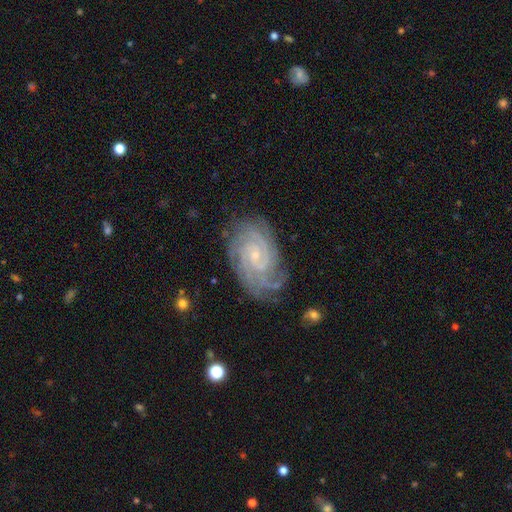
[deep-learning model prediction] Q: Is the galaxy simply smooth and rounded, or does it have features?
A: featured or disk — 89%.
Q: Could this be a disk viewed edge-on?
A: no — 97%.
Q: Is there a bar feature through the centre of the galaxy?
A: no — 61%.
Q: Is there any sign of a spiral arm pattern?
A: yes — 98%.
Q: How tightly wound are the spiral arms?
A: tight — 77%.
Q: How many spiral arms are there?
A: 4 — 23%.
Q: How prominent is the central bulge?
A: small — 80%.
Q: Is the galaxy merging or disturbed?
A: none — 76%.